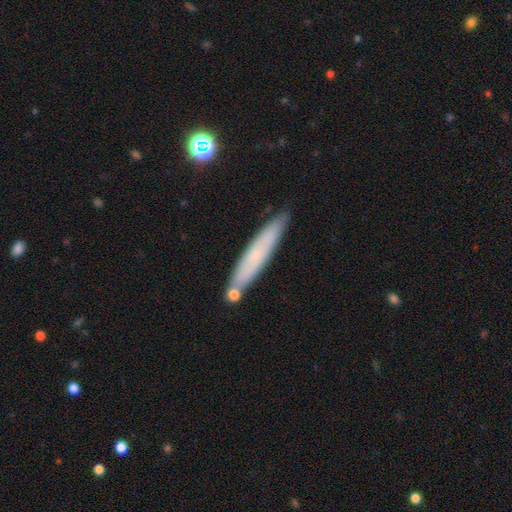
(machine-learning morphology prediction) Smooth or featured? smooth (59%)
How rounded? cigar-shaped (91%)
Merging? none (79%)